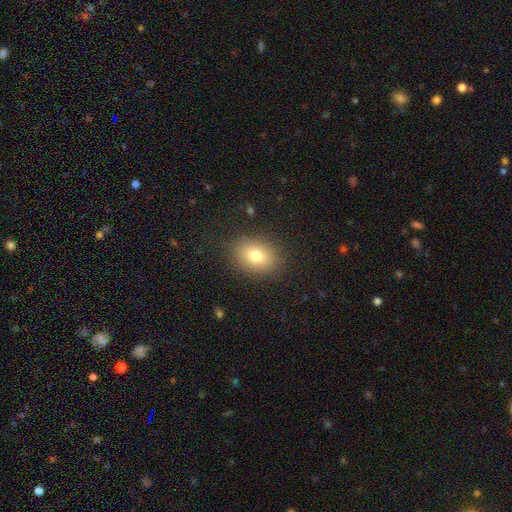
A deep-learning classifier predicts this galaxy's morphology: Overall: smooth (78%). How rounded: in between (66%; round 33%). Merging: none (86%).